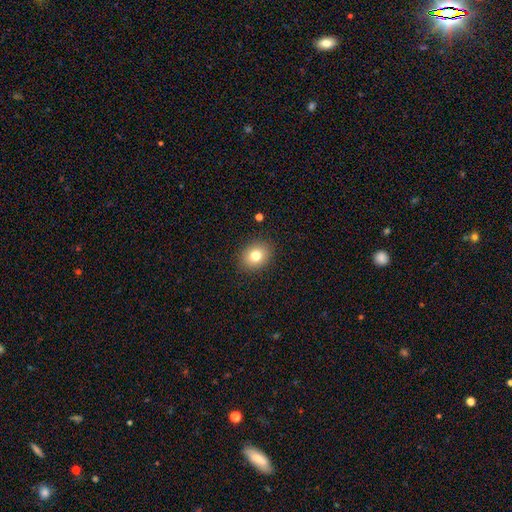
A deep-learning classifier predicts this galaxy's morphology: type=smooth (79%); roundness=round (58%); merging=none (89%).